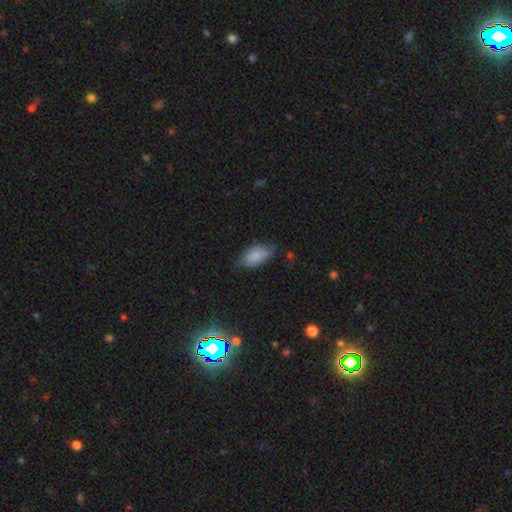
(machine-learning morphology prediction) Smooth or featured? smooth (83%)
How rounded? in between (92%)
Merging? none (67%)